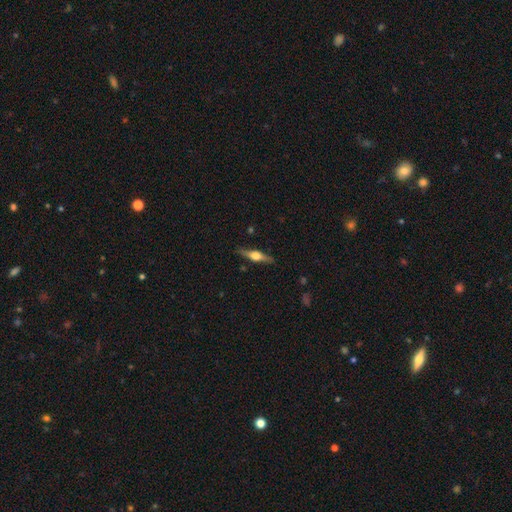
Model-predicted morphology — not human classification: type=featured or disk (68%); edge-on=yes (97%); edge-on bulge=rounded (93%); merging=none (89%).